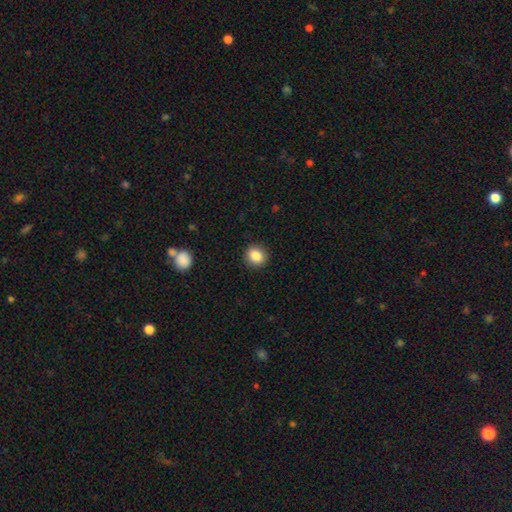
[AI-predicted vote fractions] A smooth galaxy with no disk features (86%) that is round (80%). Merging: none (90%).